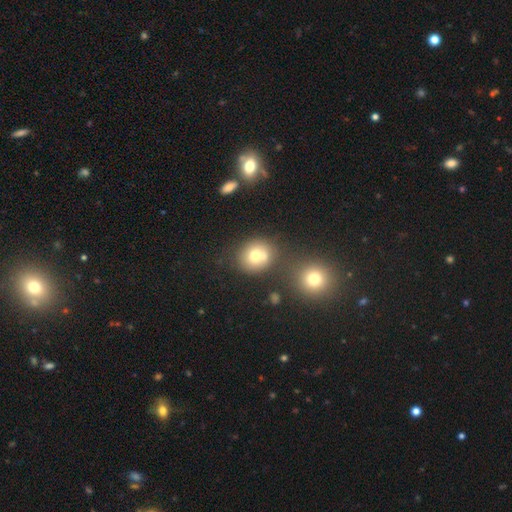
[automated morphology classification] Q: Smooth or featured?
A: smooth (74%); runner-up: featured or disk (15%)
Q: How rounded?
A: round (80%); runner-up: in between (19%)
Q: Merging?
A: none (56%); runner-up: merger (28%)